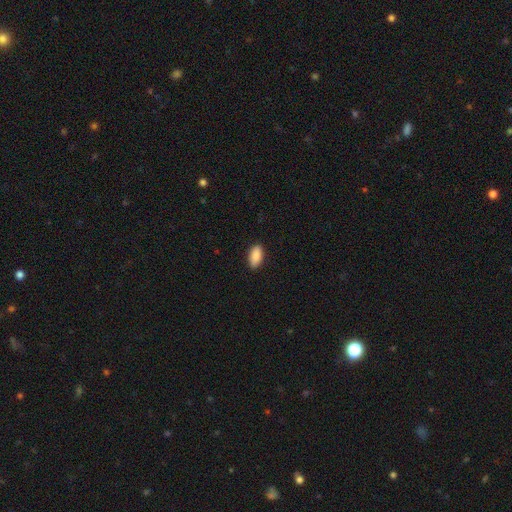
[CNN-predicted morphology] smooth-or-featured: smooth: 90% | star or artifact: 6% | featured or disk: 4%
  how-rounded: in between: 93% | cigar-shaped: 5% | round: 3%
  merging: none: 89% | minor disturbance: 8% | major disturbance: 2% | merger: 1%